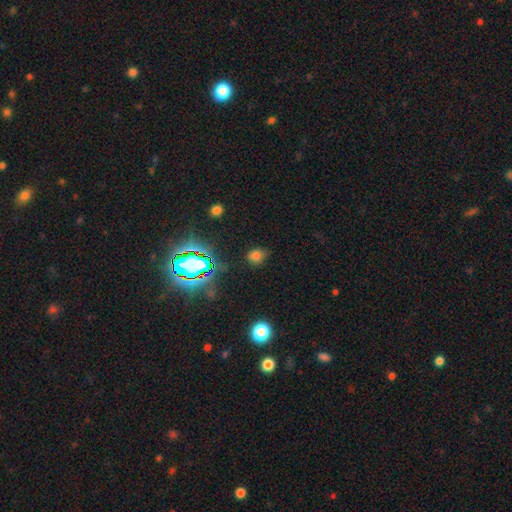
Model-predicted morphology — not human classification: This appears to be a smooth galaxy with no disk features (66%) that is round (65%). Merging: none (75%).